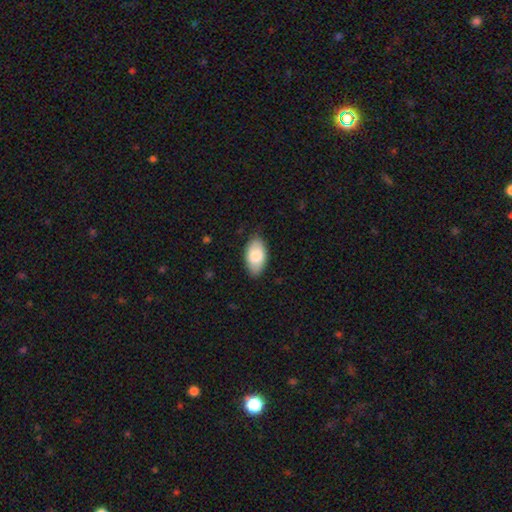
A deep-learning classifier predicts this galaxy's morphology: This appears to be a smooth galaxy with no disk features (81%) that is in between round and cigar-shaped (95%). Merging: none (82%).